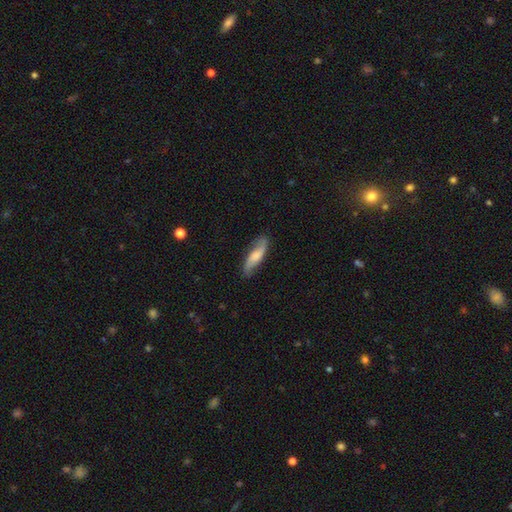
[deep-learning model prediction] smooth-or-featured: featured or disk: 51% | smooth: 43% | star or artifact: 6%
  disk-edge-on: no: 72% | yes: 28%
  merging: none: 79% | minor disturbance: 16% | major disturbance: 4% | merger: 2%